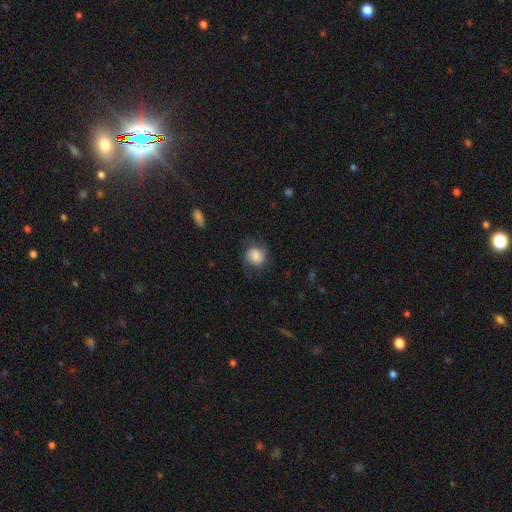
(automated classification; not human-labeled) Overall: smooth (54%; featured or disk 37%). How rounded: round (69%; in between 30%). Merging: none (63%).